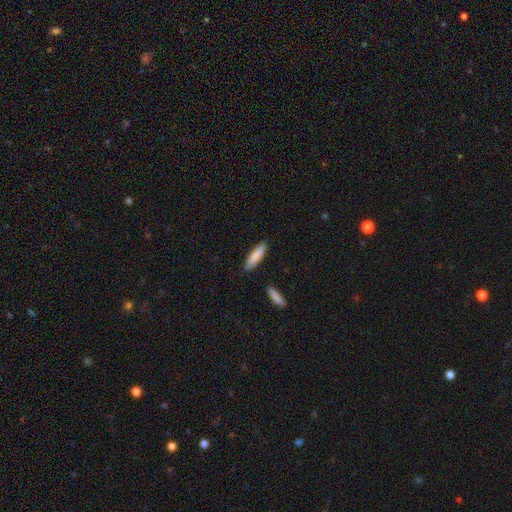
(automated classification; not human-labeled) Smooth or featured?
  - smooth: 84% *
  - featured or disk: 11%
  - star or artifact: 5%
How rounded?
  - cigar-shaped: 65% *
  - in between: 33%
  - round: 1%
Merging?
  - none: 86% *
  - minor disturbance: 9%
  - merger: 3%
  - major disturbance: 2%